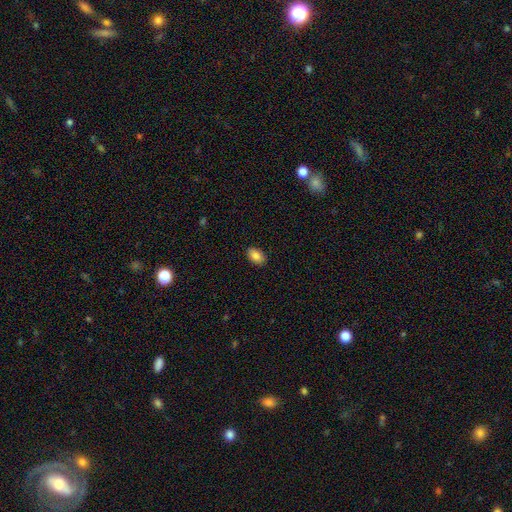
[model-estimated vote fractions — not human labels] This is clearly a smooth galaxy (85%). How rounded: clearly in between (89%). Merging: clearly none (88%).